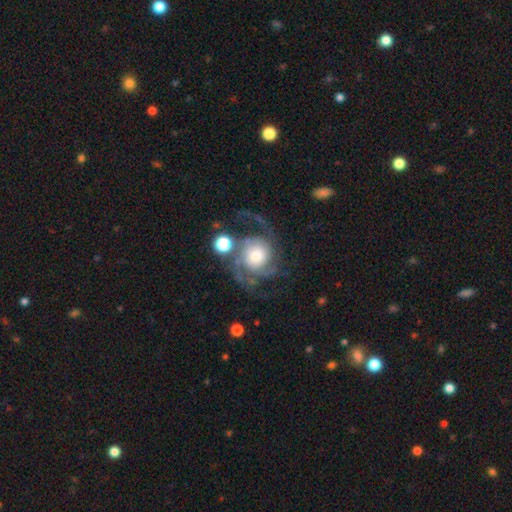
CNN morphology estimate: smooth-or-featured: featured or disk: 82% | smooth: 11% | star or artifact: 6%
  disk-edge-on: no: 98% | yes: 2%
    bar: no: 74% | weak: 21% | strong: 4%
    has-spiral-arms: yes: 96% | no: 4%
      spiral-winding: medium: 42% | tight: 32% | loose: 26%
      spiral-arm-count: 2: 43% | 3: 24% | can't tell: 14% | 1: 7% | 4: 6% | more than 4: 5%
    bulge-size: moderate: 41% | large: 30% | small: 19% | dominant: 6% | none: 3%
  merging: none: 52% | major disturbance: 24% | minor disturbance: 15% | merger: 8%